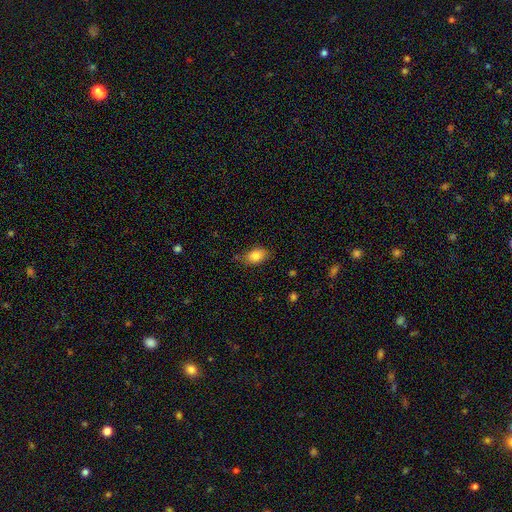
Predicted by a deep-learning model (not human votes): A smooth galaxy with no disk features (84%) that is in between round and cigar-shaped (82%). Merging: none (72%).